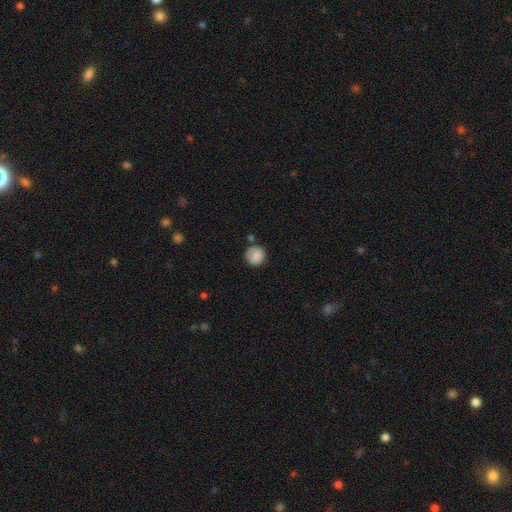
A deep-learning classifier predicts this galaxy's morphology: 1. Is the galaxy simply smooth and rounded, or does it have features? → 86% smooth, 8% star or artifact, 6% featured or disk.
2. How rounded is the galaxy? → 91% round, 8% in between, 1% cigar-shaped.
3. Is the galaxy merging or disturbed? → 76% none, 15% minor disturbance, 6% merger, 4% major disturbance.